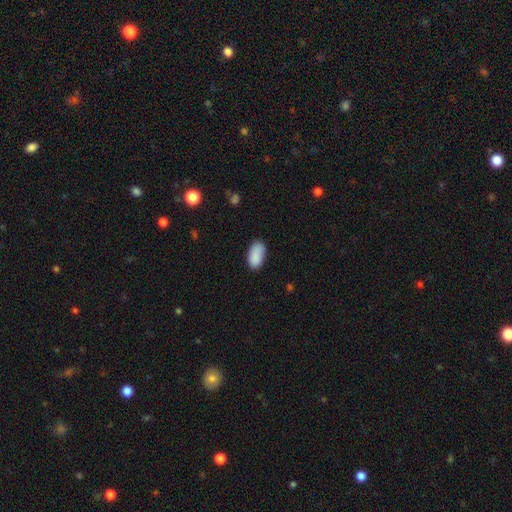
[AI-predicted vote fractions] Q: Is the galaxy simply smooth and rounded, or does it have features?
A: smooth — 88%.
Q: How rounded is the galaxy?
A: in between — 94%.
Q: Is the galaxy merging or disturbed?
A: none — 75%.